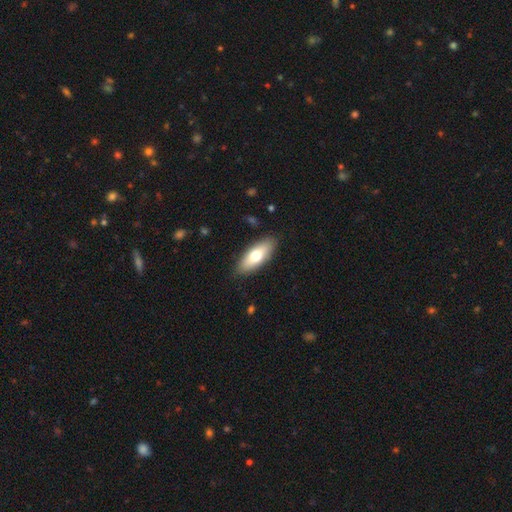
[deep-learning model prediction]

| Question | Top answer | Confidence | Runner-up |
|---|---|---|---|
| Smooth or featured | smooth | 66% | featured or disk (28%) |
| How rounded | in between | 74% | cigar-shaped (23%) |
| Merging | none | 87% | minor disturbance (10%) |